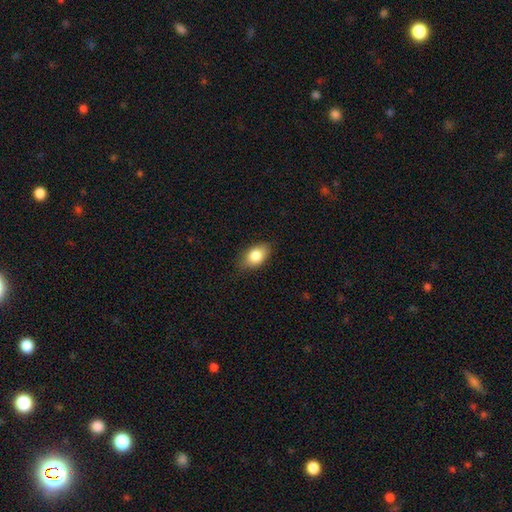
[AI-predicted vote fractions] Q: Smooth or featured?
A: smooth (82%); runner-up: featured or disk (11%)
Q: How rounded?
A: in between (86%); runner-up: round (11%)
Q: Merging?
A: none (81%); runner-up: minor disturbance (15%)